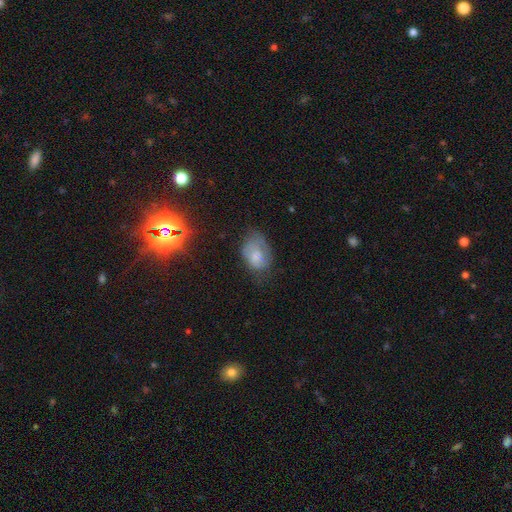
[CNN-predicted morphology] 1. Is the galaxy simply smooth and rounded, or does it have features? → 63% smooth, 25% featured or disk, 12% star or artifact.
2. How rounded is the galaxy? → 78% in between, 21% round, 1% cigar-shaped.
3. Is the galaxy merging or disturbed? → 41% none, 35% minor disturbance, 21% major disturbance, 2% merger.